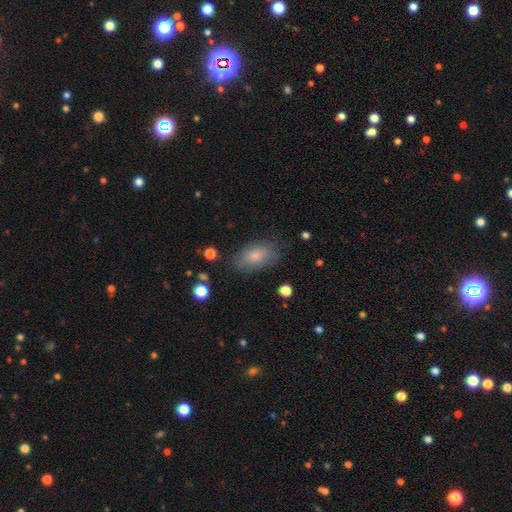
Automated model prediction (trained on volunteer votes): A smooth galaxy with no disk features (78%) that is in between round and cigar-shaped (90%). Merging: none (75%).